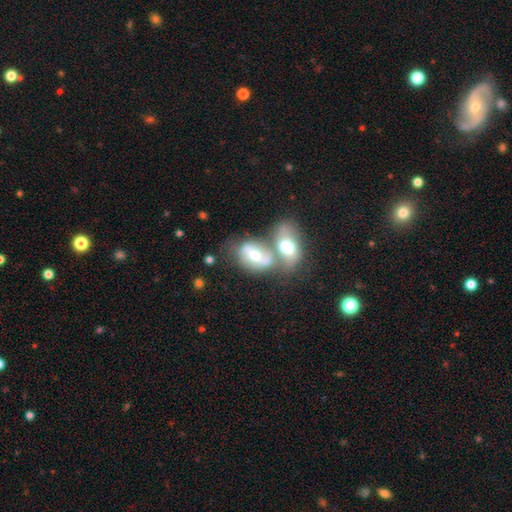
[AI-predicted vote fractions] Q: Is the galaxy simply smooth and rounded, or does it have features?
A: featured or disk — 48%.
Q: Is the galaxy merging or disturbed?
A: merger — 61%.